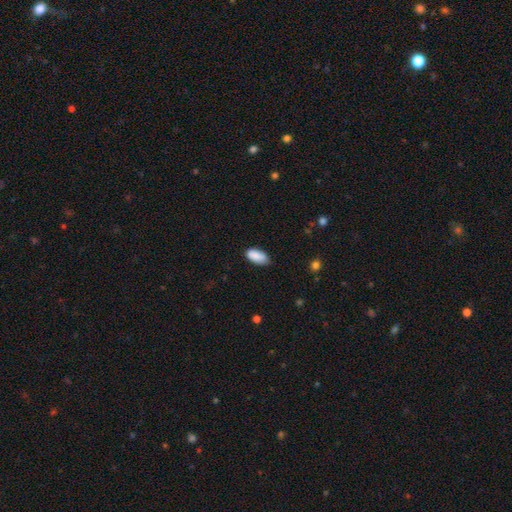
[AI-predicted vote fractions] Smooth or featured? Predicted: smooth (p=0.89). How rounded? Predicted: in between (p=0.93). Merging? Predicted: none (p=0.72).